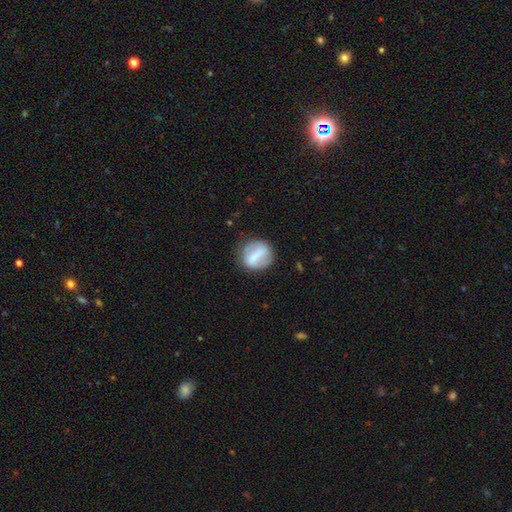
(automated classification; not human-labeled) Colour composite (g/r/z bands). It shows a smooth galaxy with no disk features (48%). Merging: none (75%).